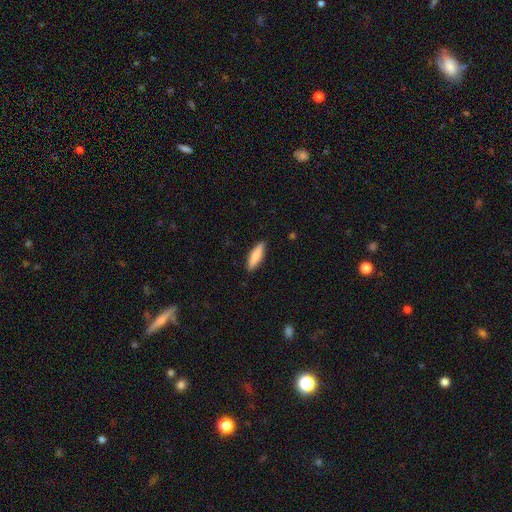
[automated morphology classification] Smooth or featured? Predicted: smooth (p=0.80). How rounded? Predicted: cigar-shaped (p=0.60). Merging? Predicted: none (p=0.89).